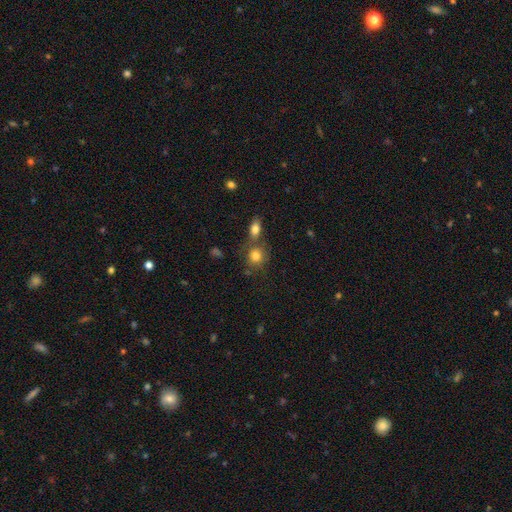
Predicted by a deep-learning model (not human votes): Smooth or featured? Predicted: smooth (p=0.80). How rounded? Predicted: round (p=0.74). Merging? Predicted: none (p=0.55).